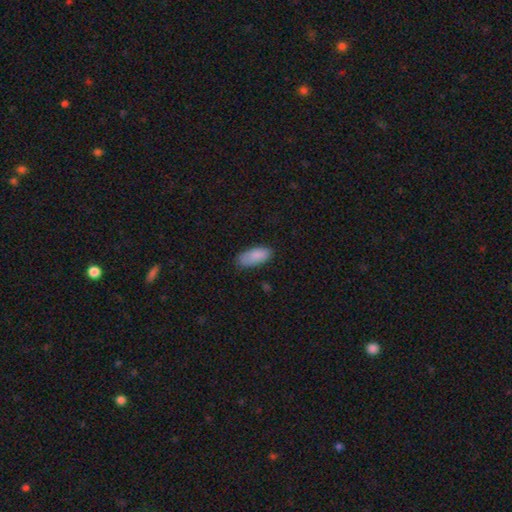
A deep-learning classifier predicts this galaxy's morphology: smooth-or-featured: smooth: 87% | star or artifact: 7% | featured or disk: 6%
  how-rounded: in between: 86% | cigar-shaped: 12% | round: 2%
  merging: none: 75% | minor disturbance: 19% | major disturbance: 4% | merger: 1%